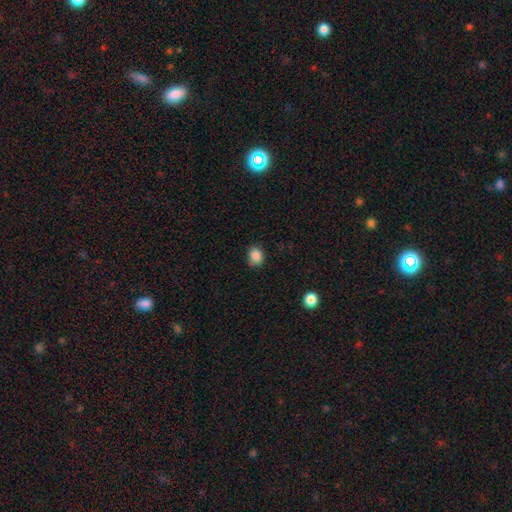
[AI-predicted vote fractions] smooth-or-featured: smooth: 86% | star or artifact: 10% | featured or disk: 4%
  how-rounded: round: 58% | in between: 42% | cigar-shaped: 1%
  merging: none: 79% | minor disturbance: 17% | major disturbance: 3% | merger: 1%